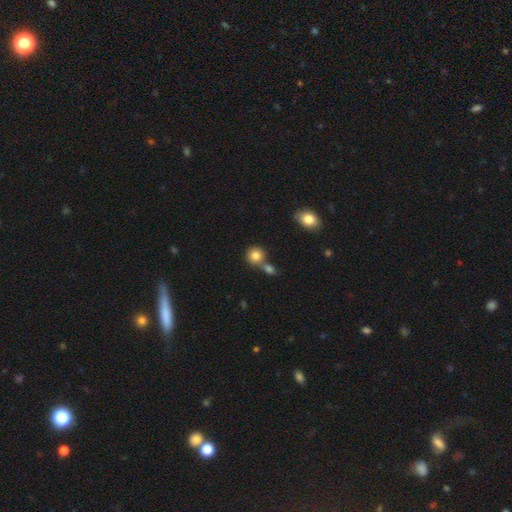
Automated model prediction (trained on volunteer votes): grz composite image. It shows a smooth galaxy with no disk features (81%) that is round (86%). Merging: none (54%).